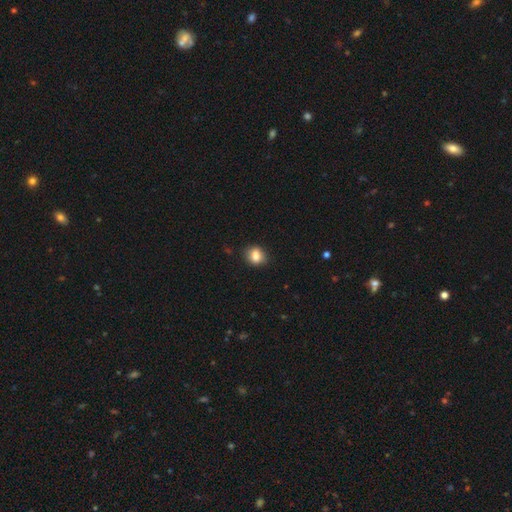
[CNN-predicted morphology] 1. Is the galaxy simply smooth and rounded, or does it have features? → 83% smooth, 9% star or artifact, 8% featured or disk.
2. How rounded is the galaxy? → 53% round, 45% in between, 1% cigar-shaped.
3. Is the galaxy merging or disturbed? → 82% none, 14% minor disturbance, 3% major disturbance, 2% merger.